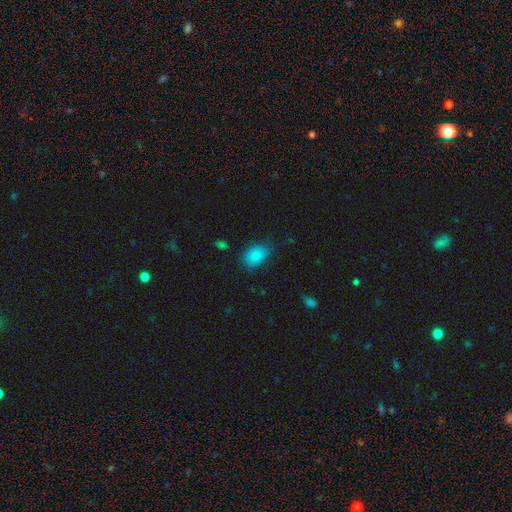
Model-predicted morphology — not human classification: Smooth or featured? smooth (86%)
How rounded? in between (81%)
Merging? none (69%)